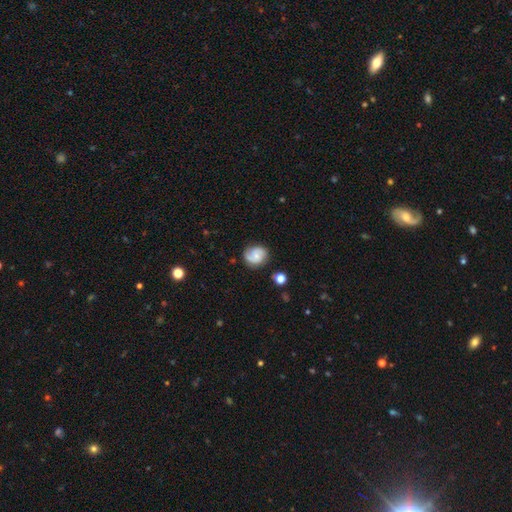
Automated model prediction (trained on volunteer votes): Smooth or featured? Predicted: featured or disk (p=0.49). Merging? Predicted: none (p=0.69).